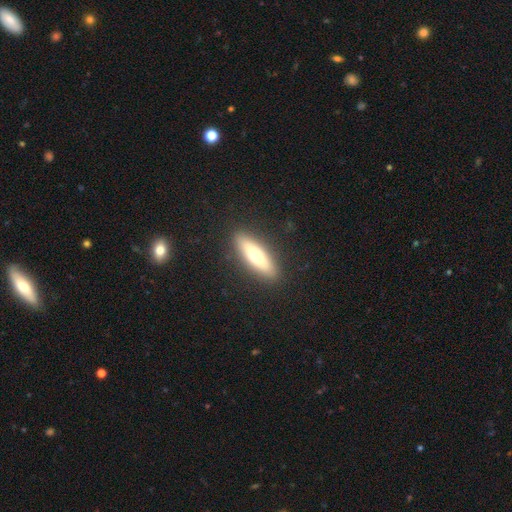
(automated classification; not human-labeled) Smooth or featured? smooth (63%)
How rounded? cigar-shaped (58%)
Merging? none (89%)